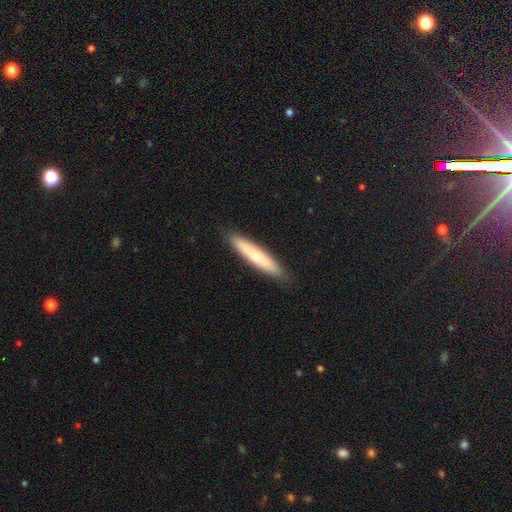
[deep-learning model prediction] A smooth galaxy with no disk features (63%) that is cigar-shaped (90%). Merging: none (89%).